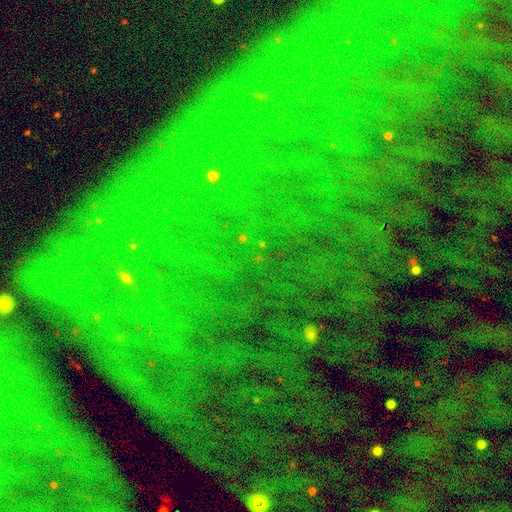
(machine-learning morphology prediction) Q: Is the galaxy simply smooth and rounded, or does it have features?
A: star or artifact — 82%.